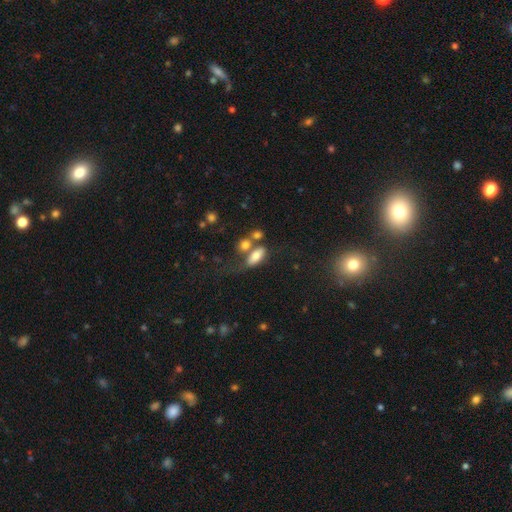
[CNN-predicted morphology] A smooth galaxy with no disk features (74%) that is in between round and cigar-shaped (82%). Merging: none (39%).